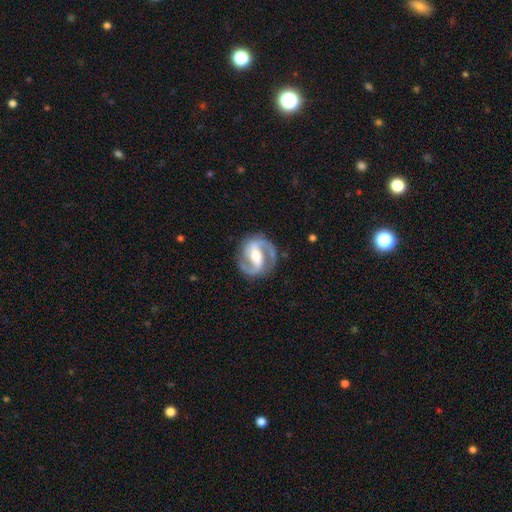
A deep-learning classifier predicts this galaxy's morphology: Q: Smooth or featured?
A: featured or disk (90%); runner-up: smooth (6%)
Q: Edge-on disk?
A: no (97%); runner-up: yes (3%)
Q: Bar?
A: strong (52%); runner-up: weak (33%)
Q: Spiral arms?
A: yes (96%); runner-up: no (4%)
Q: Spiral winding?
A: medium (58%); runner-up: tight (27%)
Q: Spiral arm count?
A: 2 (93%); runner-up: can't tell (2%)
Q: Bulge size?
A: moderate (64%); runner-up: small (25%)
Q: Merging?
A: none (84%); runner-up: minor disturbance (11%)